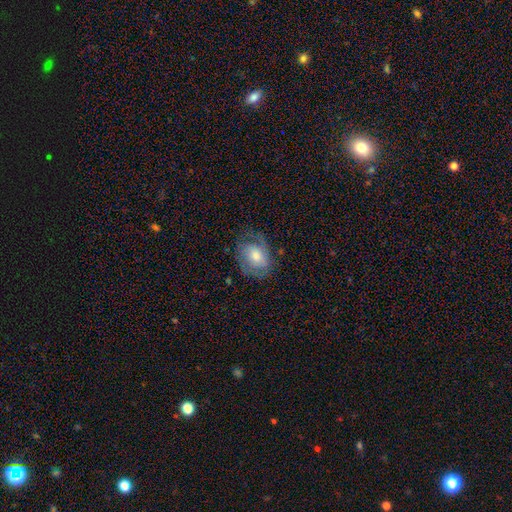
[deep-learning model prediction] Smooth or featured: featured or disk — 62% (smooth — 30%)
Edge-on disk: no — 96% (yes — 4%)
Bar: no — 65% (weak — 29%)
Spiral arms: yes — 86% (no — 14%)
Spiral winding: medium — 42% (tight — 41%)
Spiral arm count: 2 — 60% (can't tell — 20%)
Bulge size: moderate — 58% (large — 20%)
Merging: none — 65% (minor disturbance — 22%)